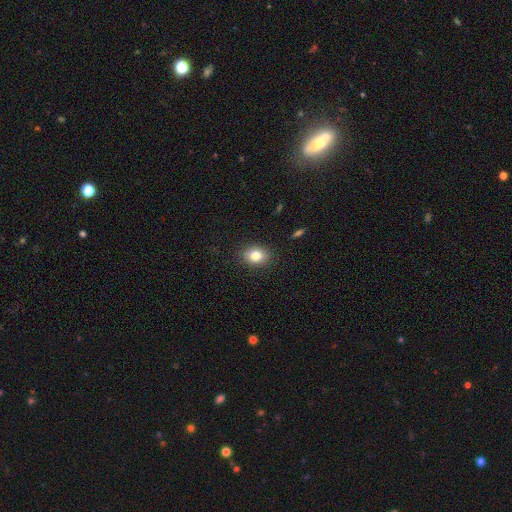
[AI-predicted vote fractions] Morphology: type=smooth (81%); roundness=in between (59%); merging=none (88%).